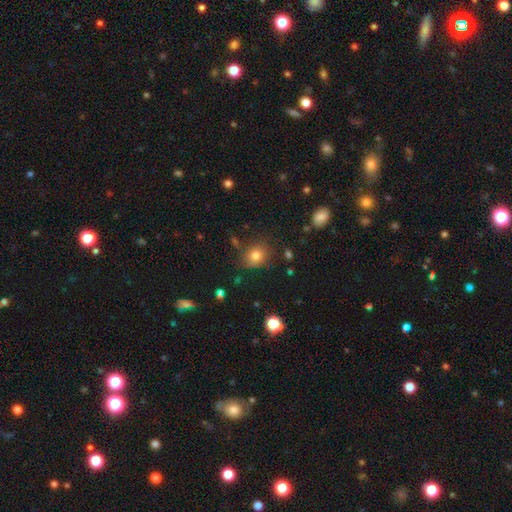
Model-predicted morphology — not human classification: Q: Smooth or featured?
A: smooth (78%); runner-up: star or artifact (13%)
Q: How rounded?
A: round (66%); runner-up: in between (33%)
Q: Merging?
A: none (78%); runner-up: minor disturbance (15%)